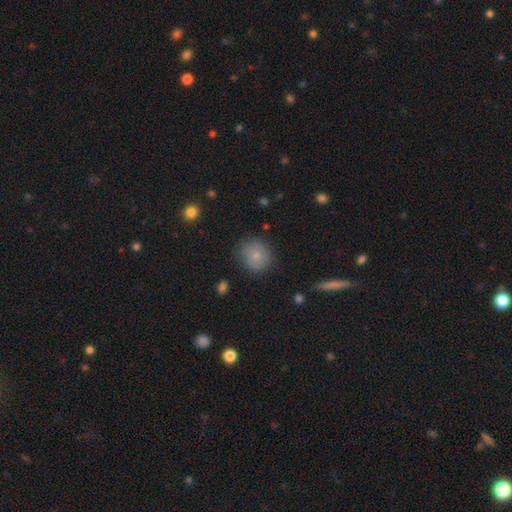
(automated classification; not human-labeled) smooth_or_featured: smooth (p=0.73) [alt: featured or disk p=0.18]
how_rounded: round (p=0.82) [alt: in between p=0.17]
merging: none (p=0.80) [alt: minor disturbance p=0.14]